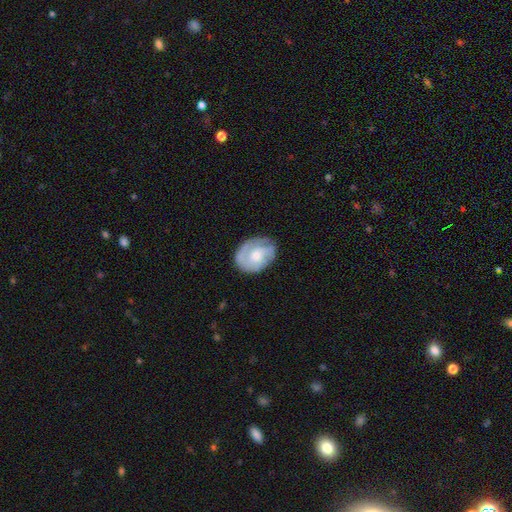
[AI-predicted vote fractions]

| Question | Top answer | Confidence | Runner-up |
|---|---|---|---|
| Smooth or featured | featured or disk | 63% | smooth (31%) |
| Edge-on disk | no | 97% | yes (3%) |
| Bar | no | 74% | weak (22%) |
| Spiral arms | yes | 83% | no (17%) |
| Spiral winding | tight | 50% | medium (35%) |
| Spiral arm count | can't tell | 32% | 2 (30%) |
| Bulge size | small | 44% | tied: moderate (44%) |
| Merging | none | 67% | minor disturbance (22%) |